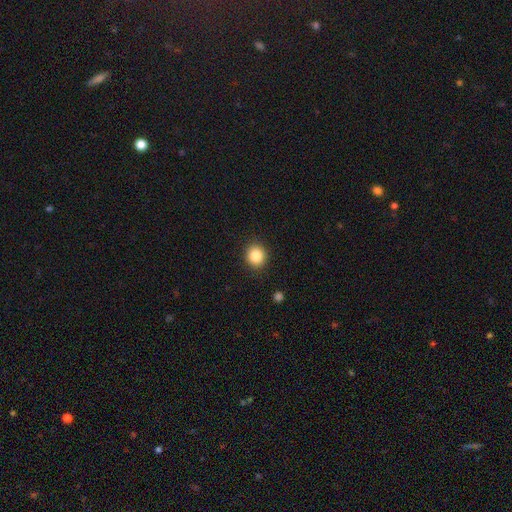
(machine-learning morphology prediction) smooth 85%, star or artifact 10%, featured or disk 5%. Down the decision tree: how rounded — round (84%); merging — none (90%).